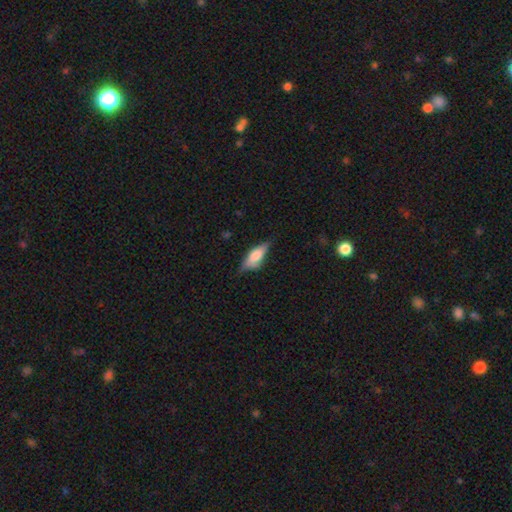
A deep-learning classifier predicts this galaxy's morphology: smooth-or-featured: smooth: 61% | featured or disk: 32% | star or artifact: 7%
  how-rounded: in between: 67% | cigar-shaped: 31% | round: 3%
  merging: none: 55% | minor disturbance: 32% | major disturbance: 9% | merger: 3%